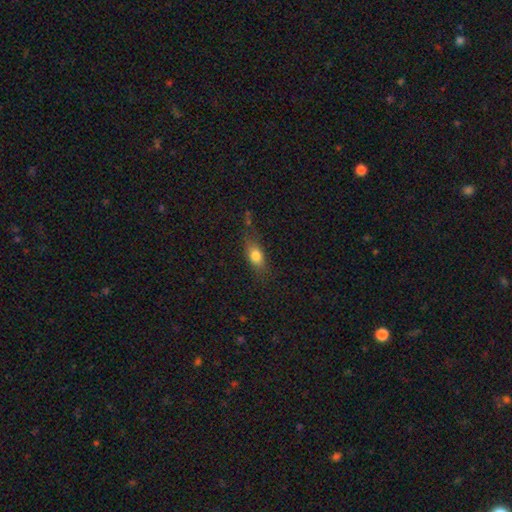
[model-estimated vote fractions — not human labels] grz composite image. It shows a smooth galaxy with no disk features (76%) that is in between round and cigar-shaped (72%). Merging: none (67%).